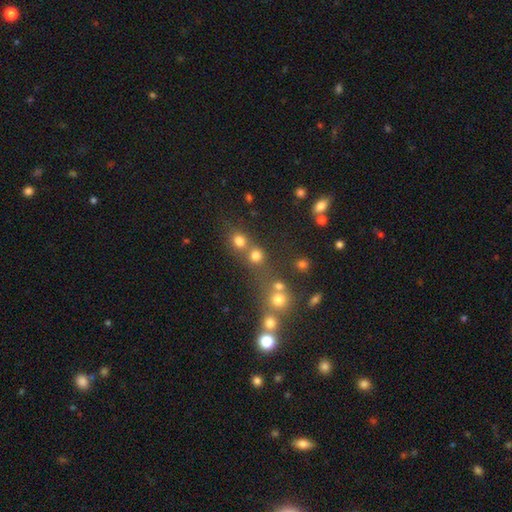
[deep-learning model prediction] Smooth or featured? smooth (75%)
How rounded? round (87%)
Merging? none (56%)